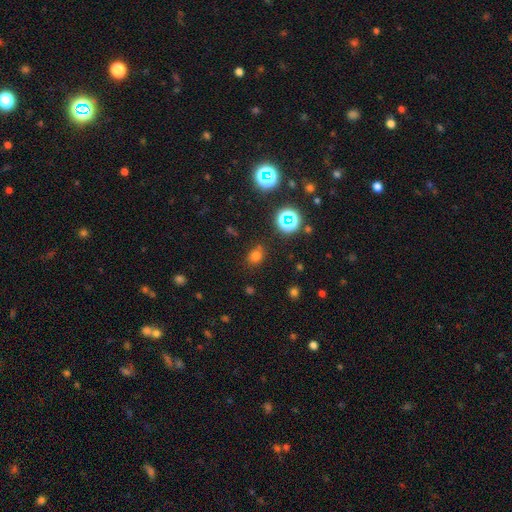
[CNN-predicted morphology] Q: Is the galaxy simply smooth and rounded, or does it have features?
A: smooth — 69%.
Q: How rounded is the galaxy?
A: round — 58%.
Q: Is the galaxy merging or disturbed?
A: none — 77%.